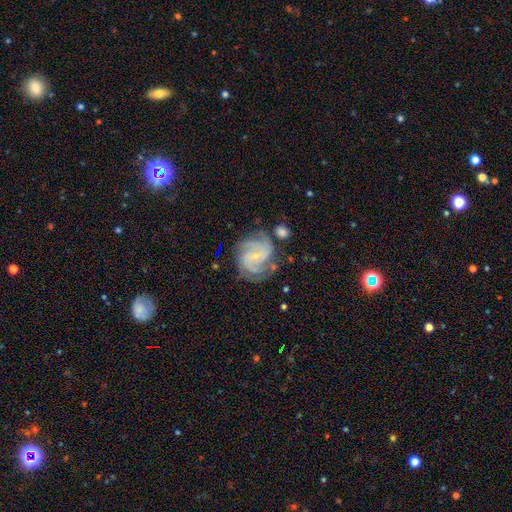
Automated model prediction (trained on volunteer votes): Smooth or featured? Predicted: featured or disk (p=0.85). Edge-on disk? Predicted: no (p=0.98). Bar? Predicted: no (p=0.51). Spiral arms? Predicted: yes (p=0.96). Spiral winding? Predicted: tight (p=0.48). Spiral arm count? Predicted: 3 (p=0.31). Bulge size? Predicted: small (p=0.78). Merging? Predicted: none (p=0.67).